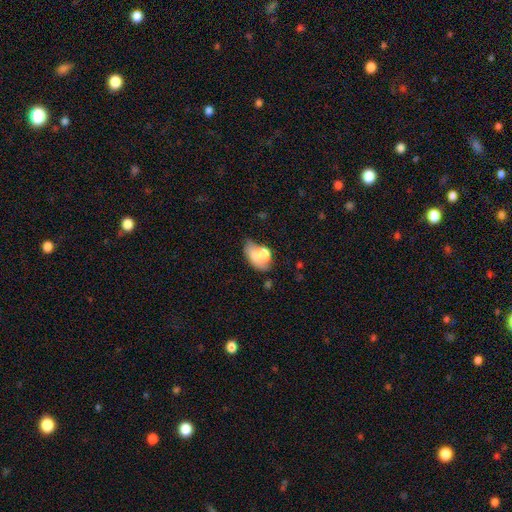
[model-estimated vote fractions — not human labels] smooth_or_featured: smooth (p=0.64) [alt: featured or disk p=0.25]
how_rounded: in between (p=0.80) [alt: round p=0.18]
merging: merger (p=0.28) [alt: none p=0.25]